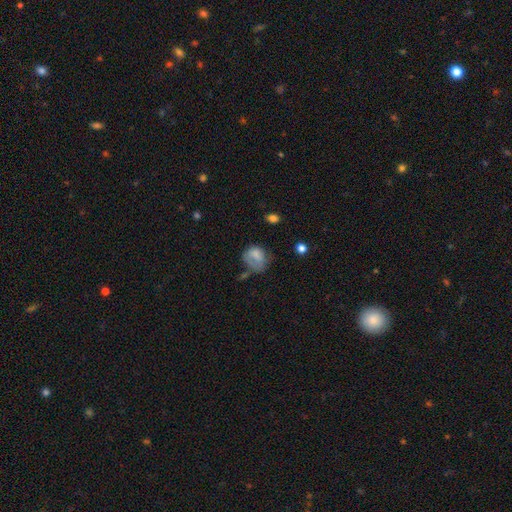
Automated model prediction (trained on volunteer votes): Smooth or featured? Predicted: smooth (p=0.70). How rounded? Predicted: round (p=0.53). Merging? Predicted: none (p=0.34).